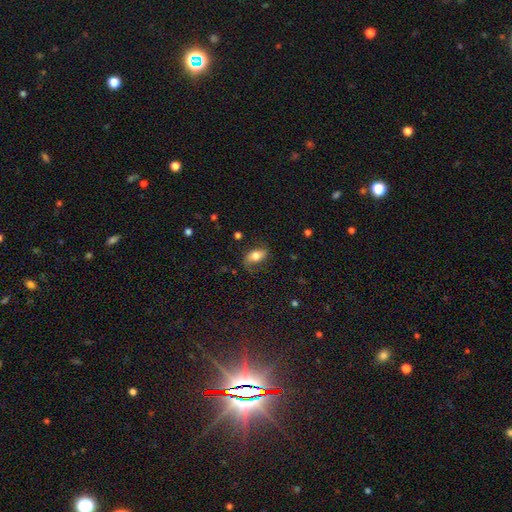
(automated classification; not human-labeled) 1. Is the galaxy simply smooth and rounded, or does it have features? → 62% smooth, 30% featured or disk, 8% star or artifact.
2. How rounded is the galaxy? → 89% in between, 7% round, 5% cigar-shaped.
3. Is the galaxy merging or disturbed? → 63% none, 23% minor disturbance, 12% major disturbance, 2% merger.